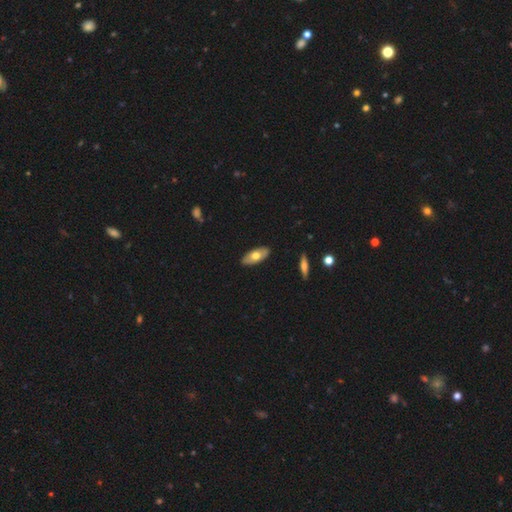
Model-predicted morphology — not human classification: A smooth galaxy with no disk features (60%) that is in between round and cigar-shaped (87%).

Vote fractions:
- Smooth or featured? smooth: 60% / featured or disk: 34% / star or artifact: 6%
- How rounded? in between: 87% / cigar-shaped: 10% / round: 3%
- Merging? none: 87% / minor disturbance: 10% / major disturbance: 2% / merger: 1%